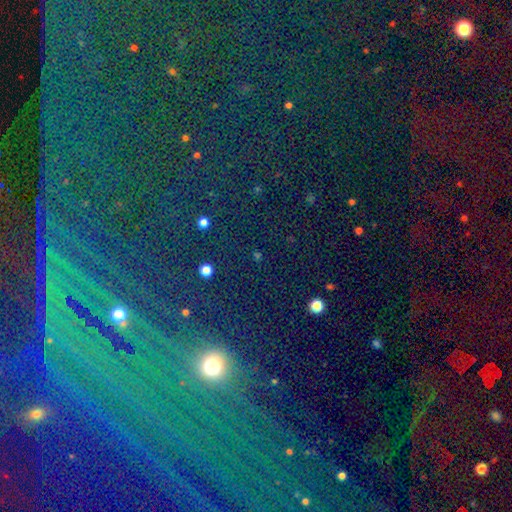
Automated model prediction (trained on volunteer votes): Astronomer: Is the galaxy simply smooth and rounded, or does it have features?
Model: star or artifact — 74%.